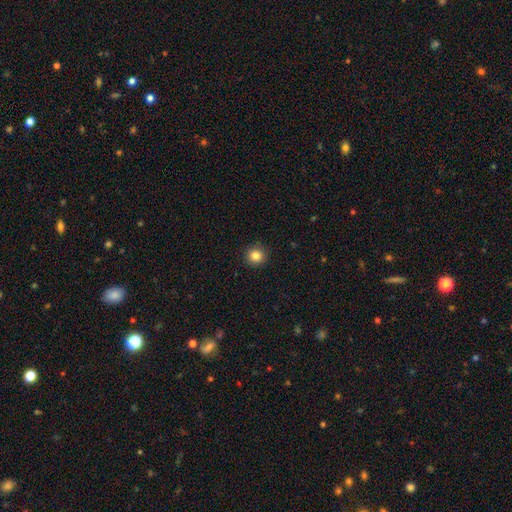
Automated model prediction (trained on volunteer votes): Smooth or featured? smooth (84%)
How rounded? round (93%)
Merging? none (92%)